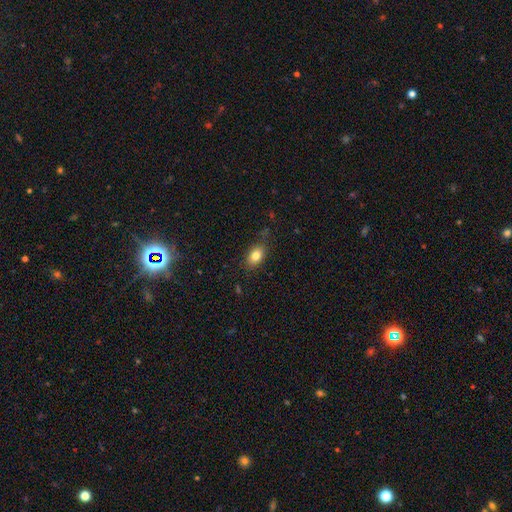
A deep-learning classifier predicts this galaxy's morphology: type=smooth (82%); roundness=in between (83%); merging=none (80%).